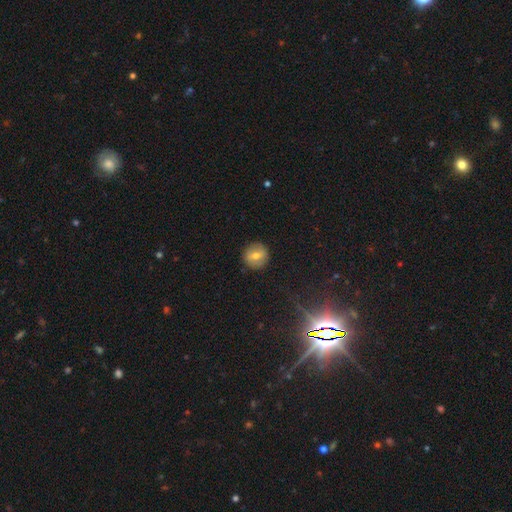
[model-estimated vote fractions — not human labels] Q: Smooth or featured?
A: smooth (59%); runner-up: featured or disk (29%)
Q: How rounded?
A: round (92%); runner-up: in between (7%)
Q: Merging?
A: none (90%); runner-up: minor disturbance (7%)